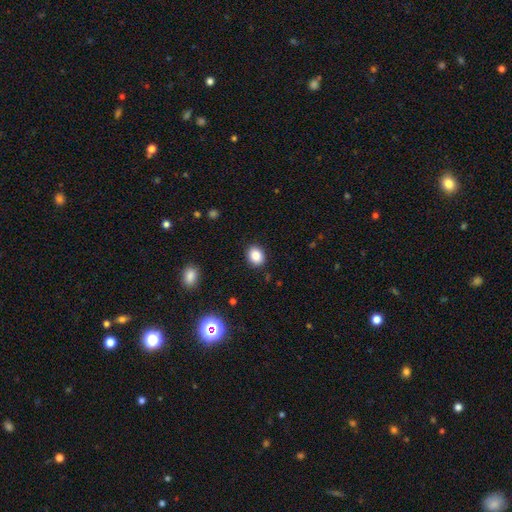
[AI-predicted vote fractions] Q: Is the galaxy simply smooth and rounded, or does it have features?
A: smooth — 85%.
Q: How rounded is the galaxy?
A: round — 50%.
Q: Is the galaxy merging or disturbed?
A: none — 89%.